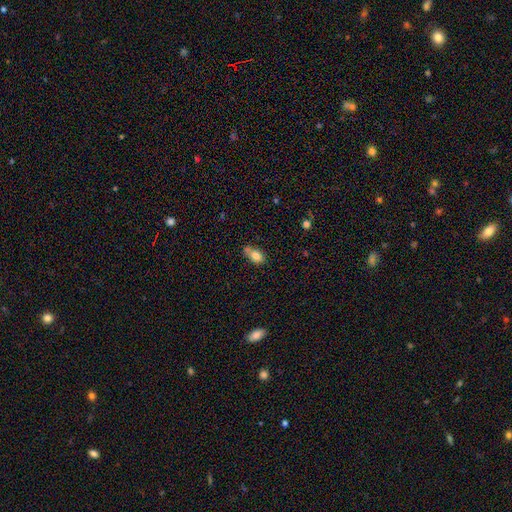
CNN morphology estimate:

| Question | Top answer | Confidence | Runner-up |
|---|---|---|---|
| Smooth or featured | smooth | 79% | featured or disk (11%) |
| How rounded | in between | 84% | round (12%) |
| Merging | none | 46% | minor disturbance (27%) |